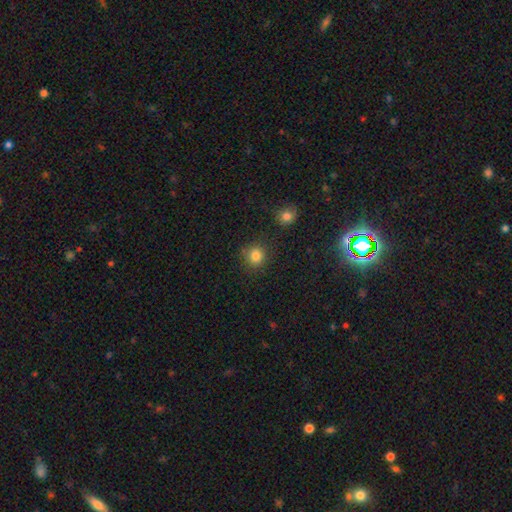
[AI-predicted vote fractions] A smooth galaxy with no disk features (84%) that is round (89%).

Vote fractions:
- Smooth or featured? smooth: 84% / star or artifact: 12% / featured or disk: 5%
- How rounded? round: 89% / in between: 10% / cigar-shaped: 1%
- Merging? none: 84% / minor disturbance: 9% / merger: 4% / major disturbance: 3%